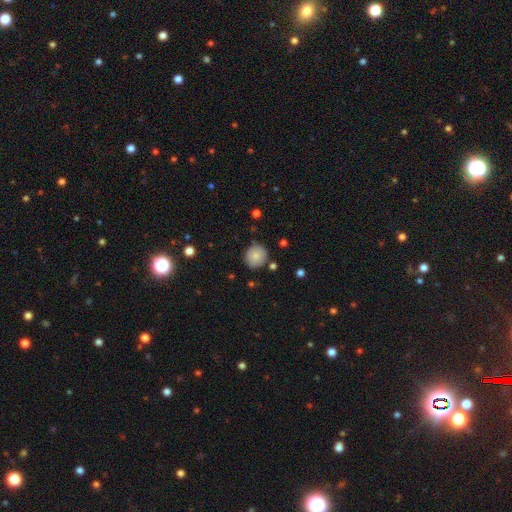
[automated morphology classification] Overall: smooth (84%). How rounded: round (82%). Merging: none (83%).